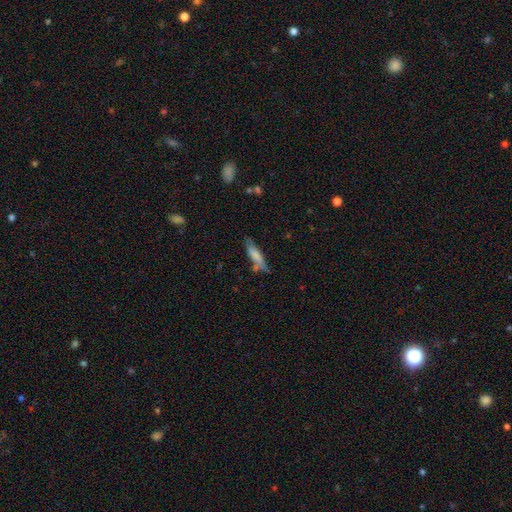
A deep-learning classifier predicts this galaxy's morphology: The model was most divided on "merging": none: 56%, minor disturbance: 26%, merger: 10%, major disturbance: 8%. More confident: smooth or featured — smooth (75%); how rounded — cigar-shaped (68%).